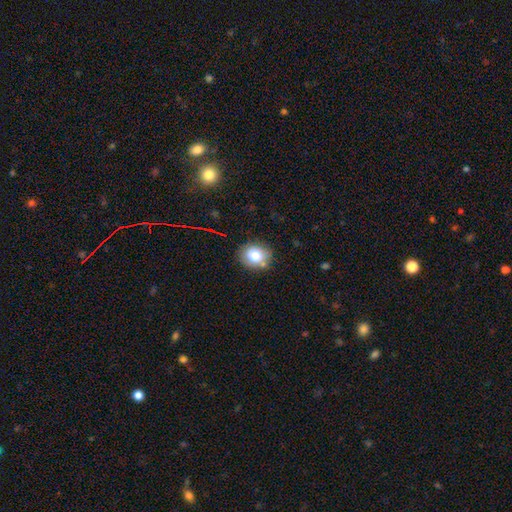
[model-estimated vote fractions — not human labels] Smooth or featured?
  - smooth: 76% *
  - featured or disk: 12%
  - star or artifact: 12%
How rounded?
  - round: 71% *
  - in between: 28%
  - cigar-shaped: 1%
Merging?
  - none: 81% *
  - minor disturbance: 12%
  - merger: 4%
  - major disturbance: 3%